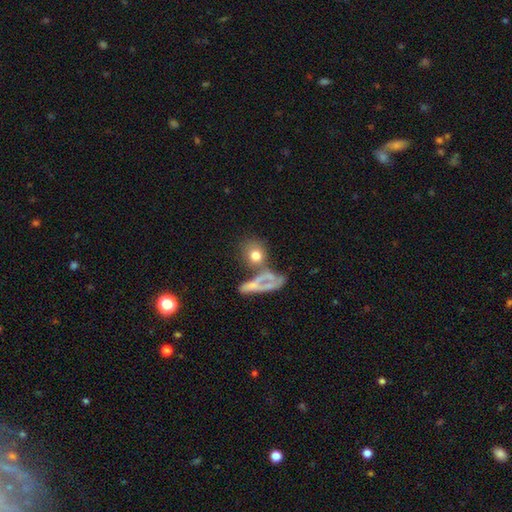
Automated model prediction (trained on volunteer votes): smooth_or_featured: smooth (p=0.70) [alt: featured or disk p=0.20]
how_rounded: round (p=0.71) [alt: in between p=0.25]
merging: none (p=0.44) [alt: merger p=0.31]